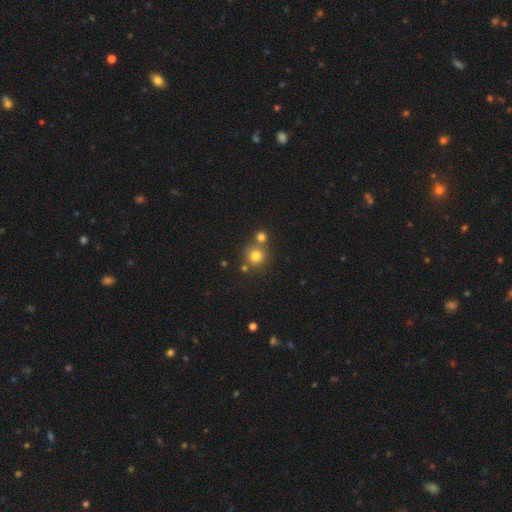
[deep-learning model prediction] smooth-or-featured: smooth: 78% | star or artifact: 13% | featured or disk: 8%
  how-rounded: round: 91% | in between: 8% | cigar-shaped: 1%
  merging: none: 64% | merger: 25% | minor disturbance: 8% | major disturbance: 3%